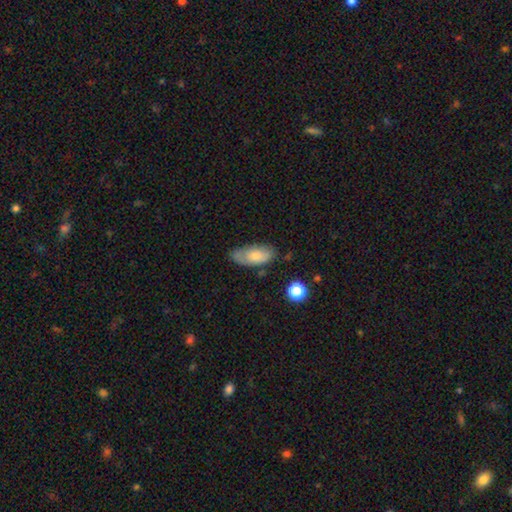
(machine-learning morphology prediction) A smooth galaxy with no disk features (67%) that is in between round and cigar-shaped (86%). Merging: none (66%).